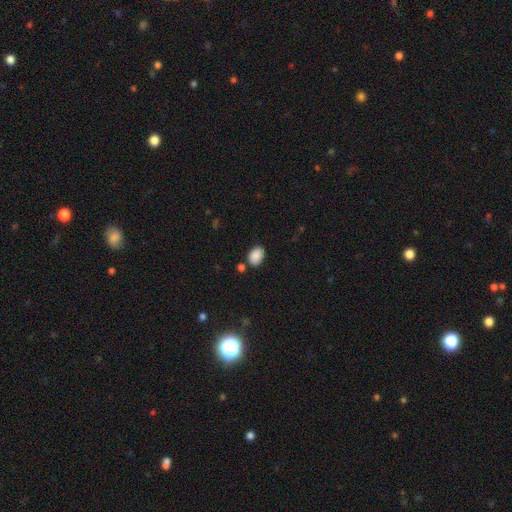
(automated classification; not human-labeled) Smooth or featured?
  - smooth: 89% *
  - star or artifact: 8%
  - featured or disk: 4%
How rounded?
  - in between: 81% *
  - round: 18%
  - cigar-shaped: 1%
Merging?
  - none: 78% *
  - minor disturbance: 13%
  - merger: 6%
  - major disturbance: 3%